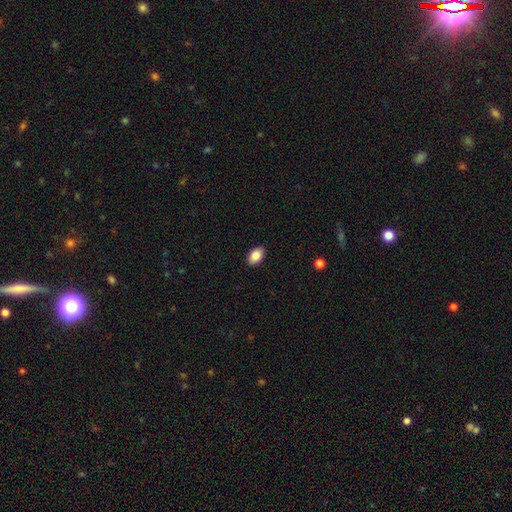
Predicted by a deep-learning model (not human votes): Smooth or featured?
  - smooth: 88% *
  - star or artifact: 7%
  - featured or disk: 5%
How rounded?
  - in between: 90% *
  - round: 9%
  - cigar-shaped: 1%
Merging?
  - none: 90% *
  - minor disturbance: 7%
  - major disturbance: 2%
  - merger: 1%